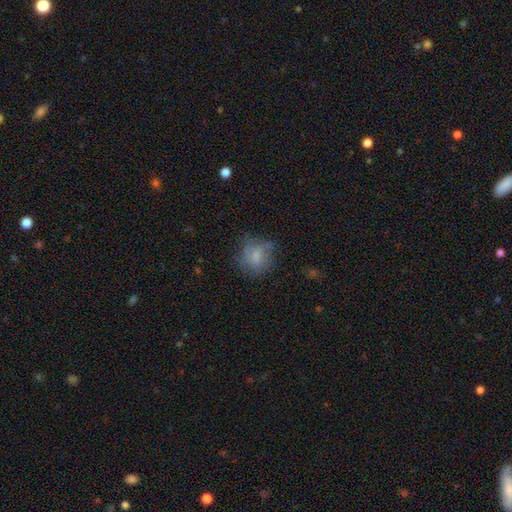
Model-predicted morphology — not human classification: This is likely a smooth galaxy (65%). How rounded: likely round (68%). Merging: possibly none (58%).